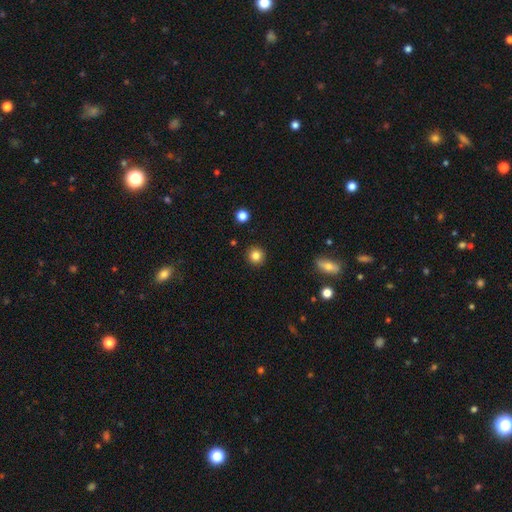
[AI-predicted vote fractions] This appears to be a smooth galaxy with no disk features (83%) that is round (94%). Merging: none (92%).